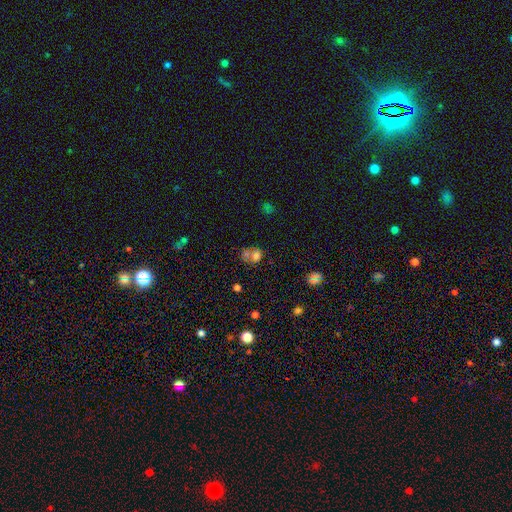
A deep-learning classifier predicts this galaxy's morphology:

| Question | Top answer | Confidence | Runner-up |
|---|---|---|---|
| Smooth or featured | smooth | 55% | star or artifact (27%) |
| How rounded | round | 69% | in between (29%) |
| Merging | none | 41% | merger (40%) |